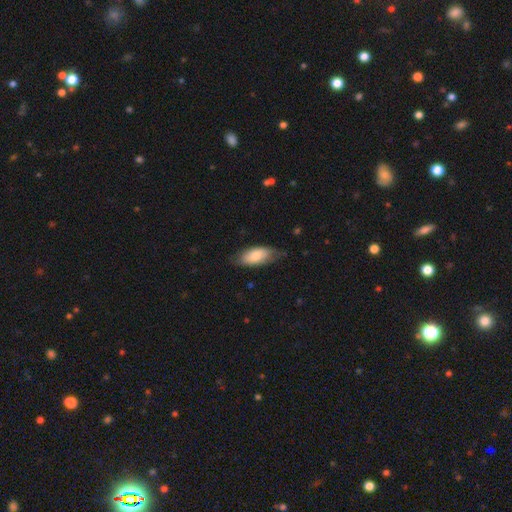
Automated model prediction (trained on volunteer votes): smooth_or_featured: smooth (p=0.74) [alt: featured or disk p=0.20]
how_rounded: in between (p=0.88) [alt: cigar-shaped p=0.10]
merging: none (p=0.65) [alt: minor disturbance p=0.28]